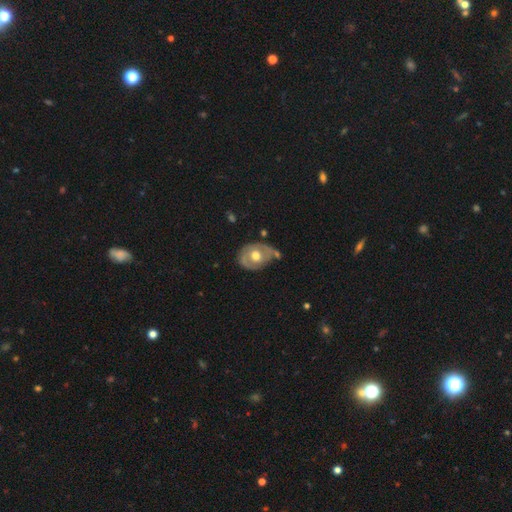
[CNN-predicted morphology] A featured or disk galaxy (61%) with no bar (77%), no spiral arms (51%) and a moderate central bulge (74%).

Vote fractions:
- Smooth or featured? featured or disk: 61% / smooth: 33% / star or artifact: 5%
- Edge-on disk? no: 95% / yes: 5%
- Bar? no: 77% / weak: 18% / strong: 4%
- Spiral arms? no: 51% / yes: 49%
- Bulge size? moderate: 74% / large: 18% / small: 6% / dominant: 1% / none: 1%
- Merging? none: 57% / minor disturbance: 25% / merger: 9% / major disturbance: 8%